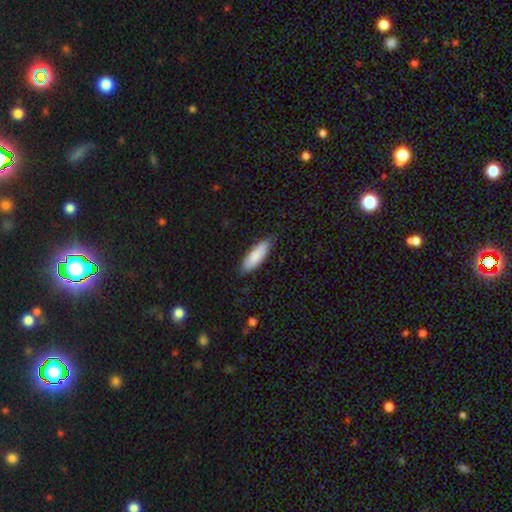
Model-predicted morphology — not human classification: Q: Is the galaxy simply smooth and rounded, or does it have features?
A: smooth — 85%.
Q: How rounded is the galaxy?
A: in between — 57%.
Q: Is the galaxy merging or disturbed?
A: none — 81%.